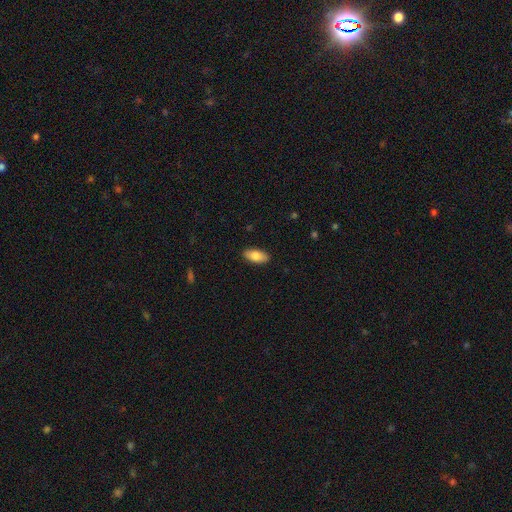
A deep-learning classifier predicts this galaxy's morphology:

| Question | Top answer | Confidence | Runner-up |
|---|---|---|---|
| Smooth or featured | smooth | 81% | featured or disk (13%) |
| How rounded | in between | 88% | cigar-shaped (10%) |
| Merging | none | 90% | minor disturbance (8%) |